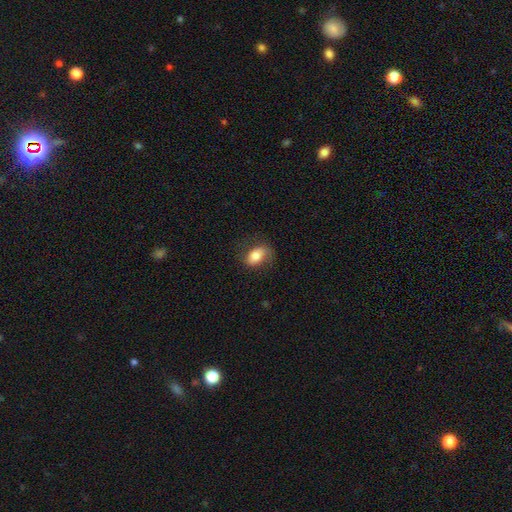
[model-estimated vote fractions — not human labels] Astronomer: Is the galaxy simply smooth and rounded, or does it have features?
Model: smooth — 75%.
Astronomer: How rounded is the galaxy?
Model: in between — 85%.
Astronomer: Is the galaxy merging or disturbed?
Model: none — 69%.